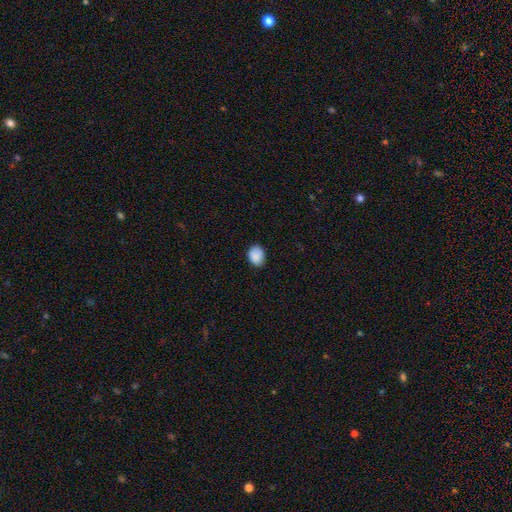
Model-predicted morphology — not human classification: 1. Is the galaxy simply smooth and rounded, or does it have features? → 88% smooth, 8% star or artifact, 4% featured or disk.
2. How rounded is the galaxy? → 55% in between, 44% round, 1% cigar-shaped.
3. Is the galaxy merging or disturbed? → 78% none, 18% minor disturbance, 3% major disturbance, 1% merger.